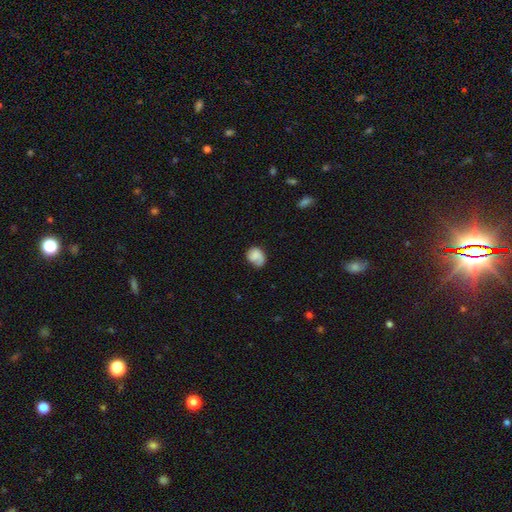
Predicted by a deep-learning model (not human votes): Morphology: type=smooth (65%); roundness=round (51%); merging=none (49%).